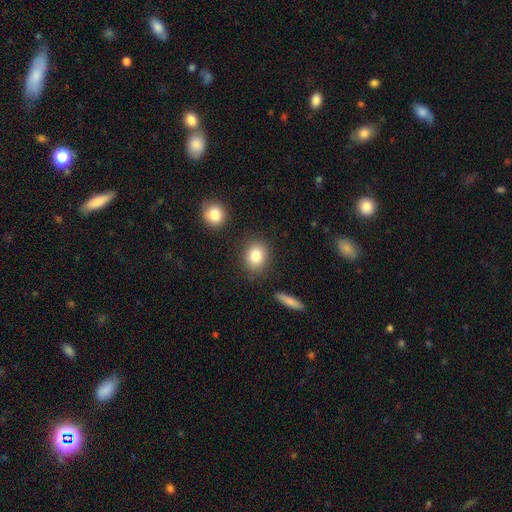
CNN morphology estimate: The model was most divided on "how rounded": round: 58%, in between: 40%, cigar-shaped: 2%. More confident: merging — none (84%); smooth or featured — smooth (82%).